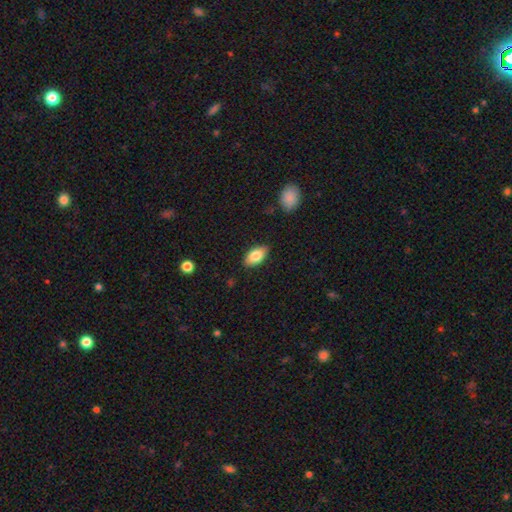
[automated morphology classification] Smooth or featured? Predicted: smooth (p=0.81). How rounded? Predicted: in between (p=0.92). Merging? Predicted: none (p=0.86).